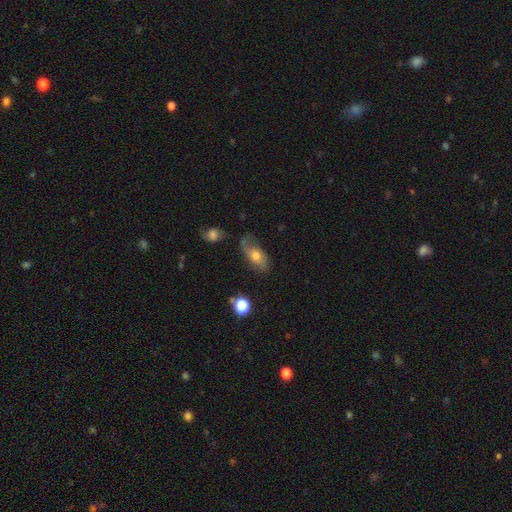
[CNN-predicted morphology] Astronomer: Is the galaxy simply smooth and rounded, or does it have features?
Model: smooth — 50% (runner-up: featured or disk, 41%).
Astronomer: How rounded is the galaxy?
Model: in between — 85%.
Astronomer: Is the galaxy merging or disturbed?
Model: none — 58%.